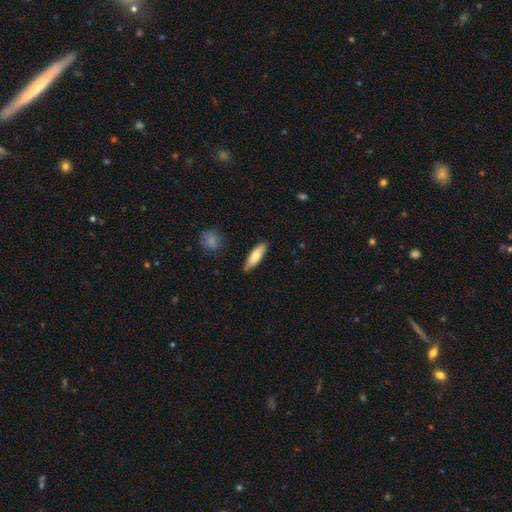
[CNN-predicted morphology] Smooth or featured: smooth — 72% (featured or disk — 23%)
How rounded: in between — 49% (tied with cigar-shaped — 49%)
Merging: none — 86% (minor disturbance — 11%)